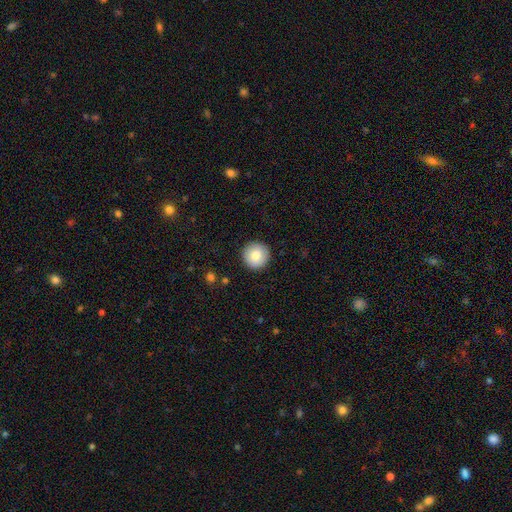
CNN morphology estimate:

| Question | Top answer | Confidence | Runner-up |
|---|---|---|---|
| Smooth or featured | smooth | 82% | featured or disk (10%) |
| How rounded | round | 96% | in between (3%) |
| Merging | none | 92% | minor disturbance (5%) |